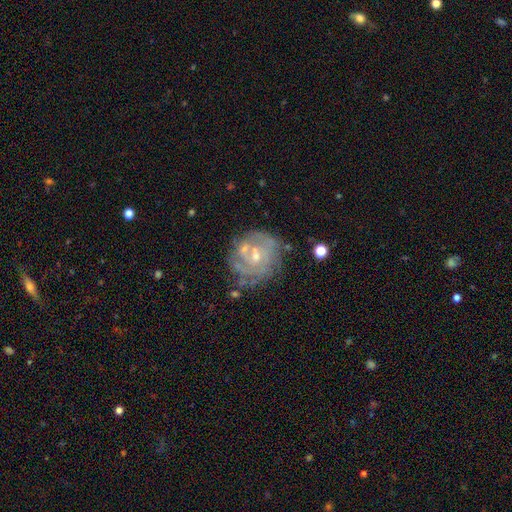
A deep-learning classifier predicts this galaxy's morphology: smooth-or-featured: featured or disk: 77% | smooth: 15% | star or artifact: 8%
  disk-edge-on: no: 98% | yes: 2%
    bar: no: 60% | weak: 34% | strong: 6%
    has-spiral-arms: yes: 78% | no: 22%
      spiral-winding: tight: 66% | medium: 25% | loose: 9%
      spiral-arm-count: can't tell: 48% | 2: 19% | 3: 15% | 4: 8% | 1: 6% | more than 4: 5%
    bulge-size: small: 55% | moderate: 36% | none: 6% | large: 2% | dominant: 1%
  merging: none: 60% | minor disturbance: 20% | major disturbance: 12% | merger: 8%